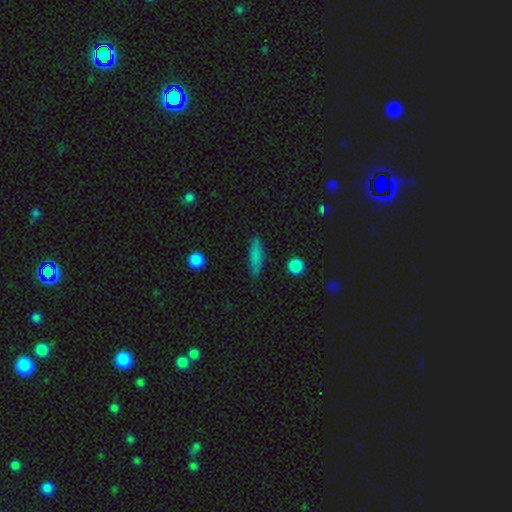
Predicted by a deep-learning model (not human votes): Smooth or featured? Predicted: smooth (p=0.77). How rounded? Predicted: cigar-shaped (p=0.68). Merging? Predicted: none (p=0.81).